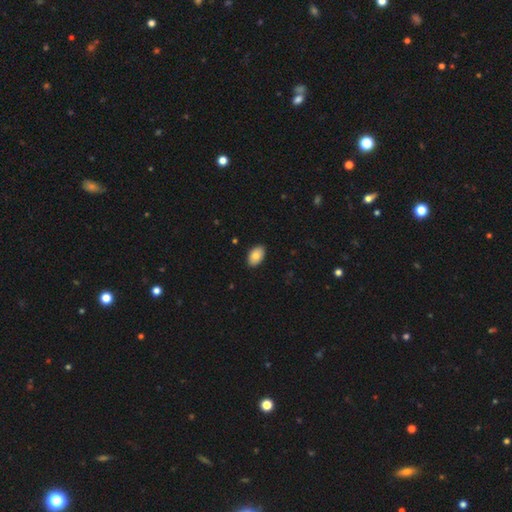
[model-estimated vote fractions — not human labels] Overall: smooth (81%). How rounded: in between (91%). Merging: none (88%).